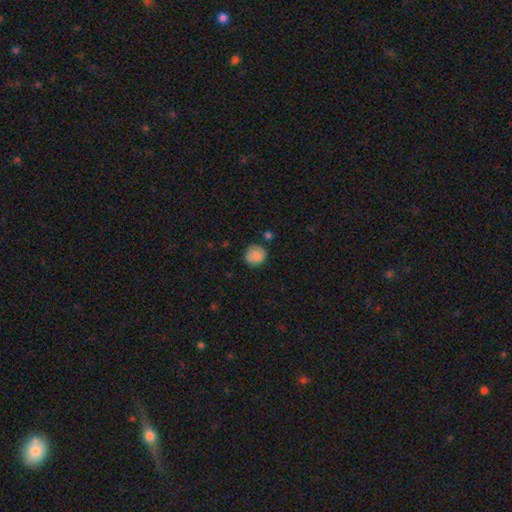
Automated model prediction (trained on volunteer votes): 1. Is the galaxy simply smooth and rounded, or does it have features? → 86% smooth, 9% star or artifact, 5% featured or disk.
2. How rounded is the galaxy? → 90% round, 9% in between, 1% cigar-shaped.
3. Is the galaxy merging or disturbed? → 80% none, 13% minor disturbance, 4% merger, 3% major disturbance.